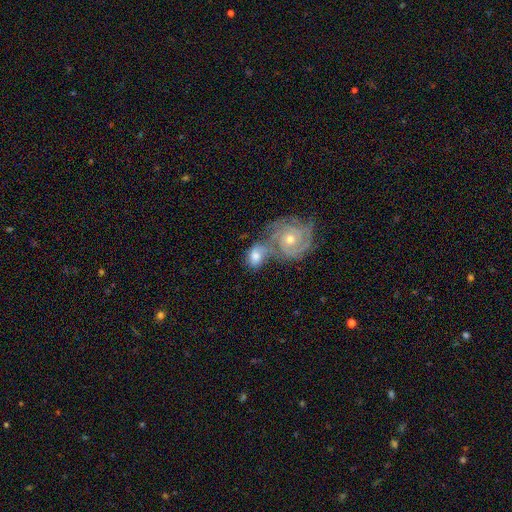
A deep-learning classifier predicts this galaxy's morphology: featured or disk 64%, smooth 29%, star or artifact 7%. Down the decision tree: edge-on disk — no (96%); bar — no (71%); spiral arms — yes (89%); spiral arm count — 2 (33%); spiral winding — tight (64%); bulge size — moderate (57%); merging — merger (55%).